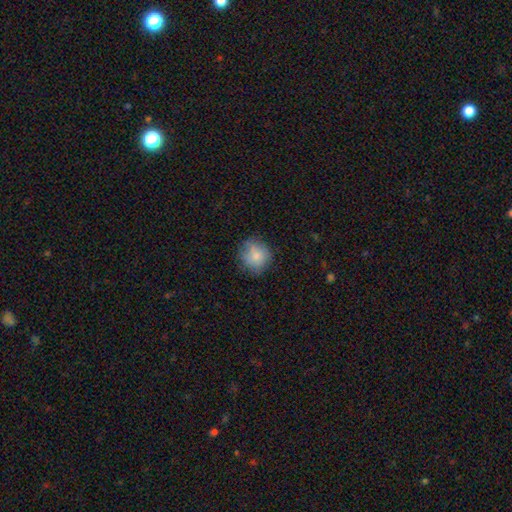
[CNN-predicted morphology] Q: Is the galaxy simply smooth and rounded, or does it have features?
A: smooth — 81%.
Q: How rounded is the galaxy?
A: round — 84%.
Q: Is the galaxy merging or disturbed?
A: none — 73%.